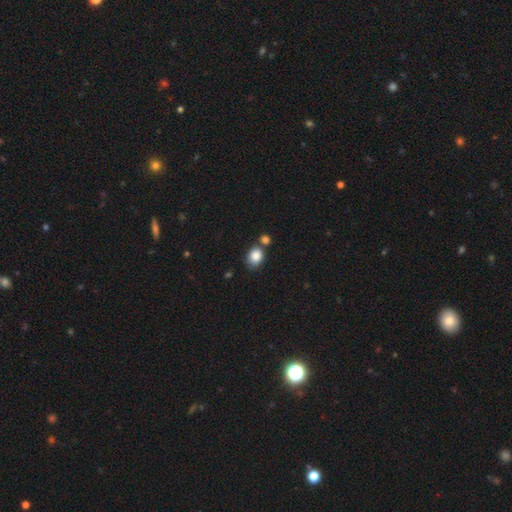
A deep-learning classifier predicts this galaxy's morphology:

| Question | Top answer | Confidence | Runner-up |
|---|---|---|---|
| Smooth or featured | smooth | 85% | star or artifact (9%) |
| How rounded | in between | 57% | round (42%) |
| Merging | none | 57% | merger (25%) |